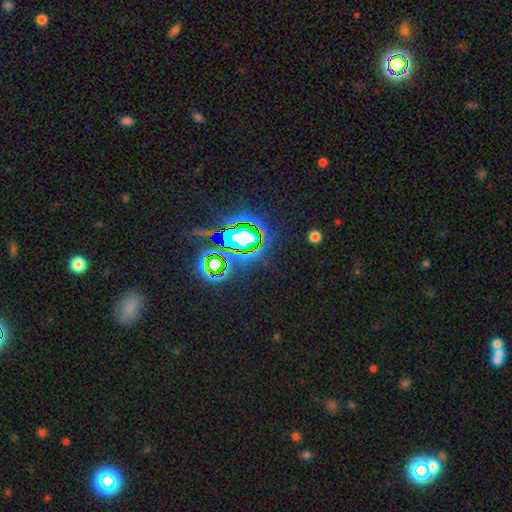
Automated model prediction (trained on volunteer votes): smooth_or_featured: star or artifact (p=0.80) [alt: smooth p=0.13]